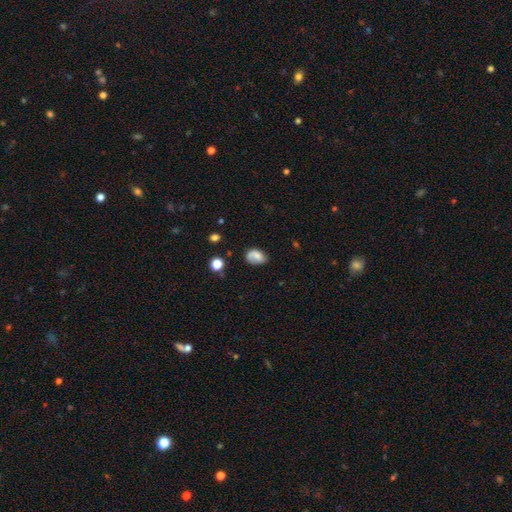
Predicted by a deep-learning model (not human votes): smooth 64%, featured or disk 27%, star or artifact 10%. Down the decision tree: how rounded — in between (78%); merging — none (56%).